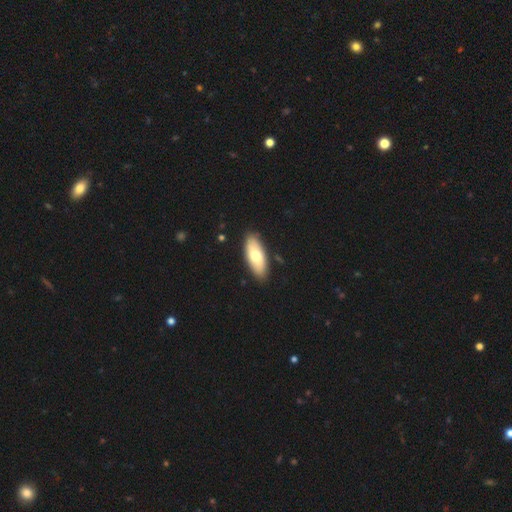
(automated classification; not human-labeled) Overall: smooth (71%). How rounded: in between (83%). Merging: none (88%).